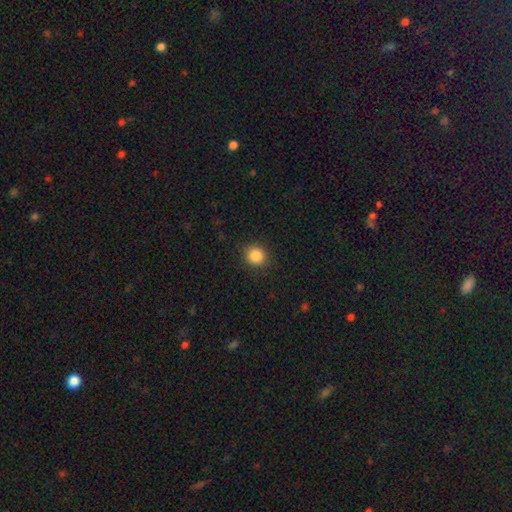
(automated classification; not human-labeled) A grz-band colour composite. It shows a smooth galaxy with no disk features (87%) that is round (87%). Merging: none (90%).